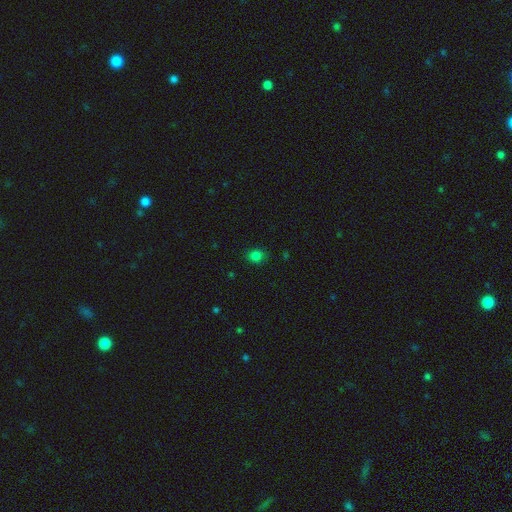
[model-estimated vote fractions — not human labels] Morphology: type=smooth (80%); roundness=round (63%); merging=none (86%).